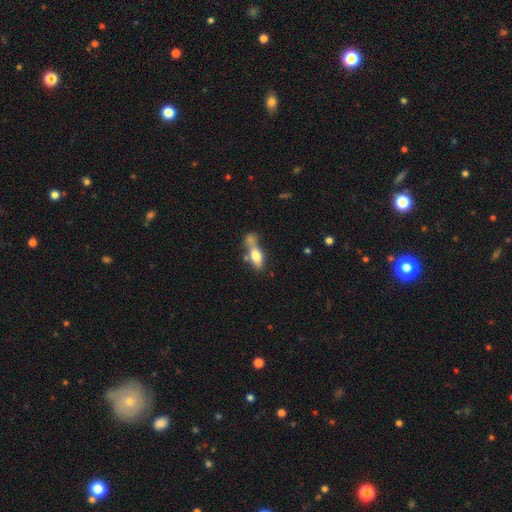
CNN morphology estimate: A smooth galaxy with no disk features (73%) that is in between round and cigar-shaped (78%). Merging: merger (45%).